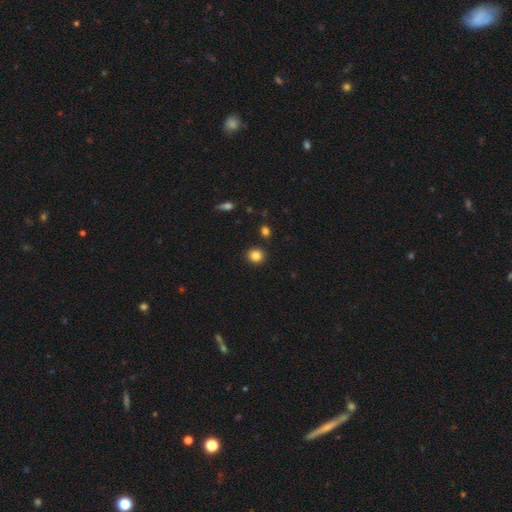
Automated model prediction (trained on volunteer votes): smooth 84%, star or artifact 11%, featured or disk 5%. Down the decision tree: how rounded — round (85%); merging — none (89%).